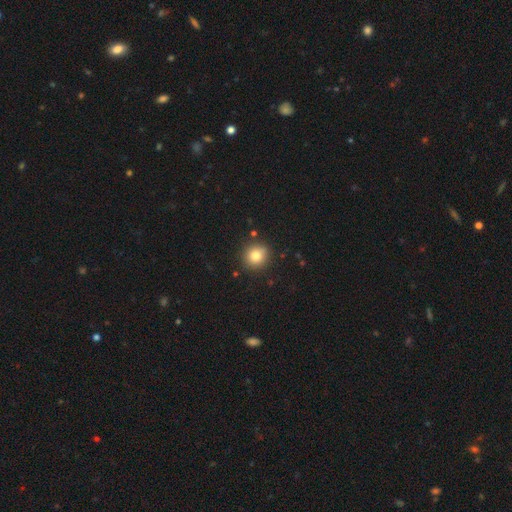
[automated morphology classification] Q: Smooth or featured?
A: smooth (81%); runner-up: star or artifact (11%)
Q: How rounded?
A: round (88%); runner-up: in between (11%)
Q: Merging?
A: none (88%); runner-up: minor disturbance (8%)